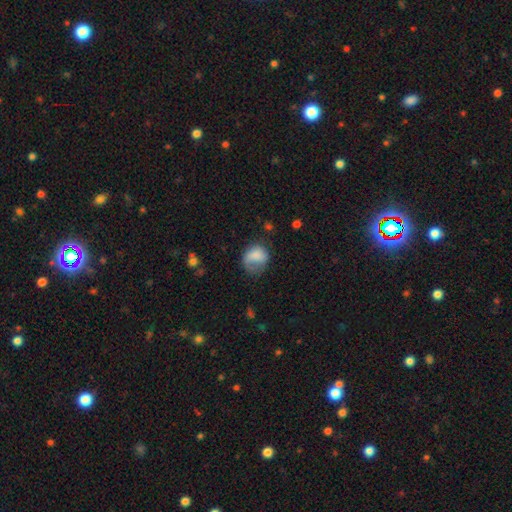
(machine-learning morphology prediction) smooth-or-featured: smooth: 74% | featured or disk: 18% | star or artifact: 8%
  how-rounded: round: 54% | in between: 45% | cigar-shaped: 1%
  merging: none: 35% | major disturbance: 32% | minor disturbance: 29% | merger: 3%